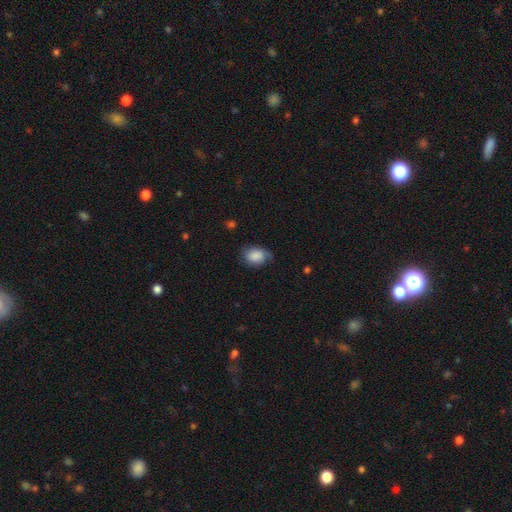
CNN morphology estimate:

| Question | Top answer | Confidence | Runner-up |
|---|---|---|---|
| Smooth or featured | smooth | 80% | featured or disk (12%) |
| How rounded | in between | 68% | round (31%) |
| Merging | none | 53% | minor disturbance (34%) |